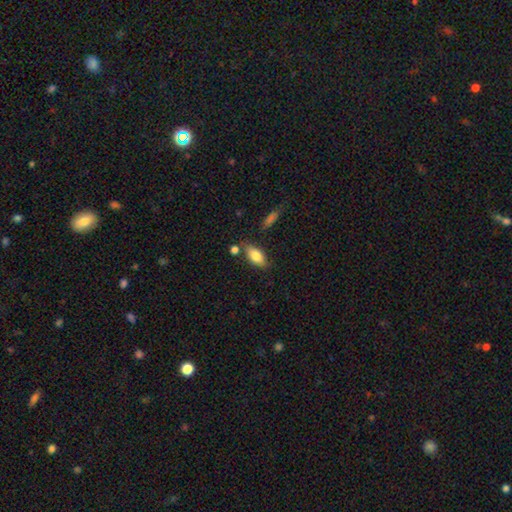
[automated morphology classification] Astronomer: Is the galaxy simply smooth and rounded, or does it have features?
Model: smooth — 80%.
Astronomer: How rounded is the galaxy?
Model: in between — 88%.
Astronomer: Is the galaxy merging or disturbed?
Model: none — 72%.